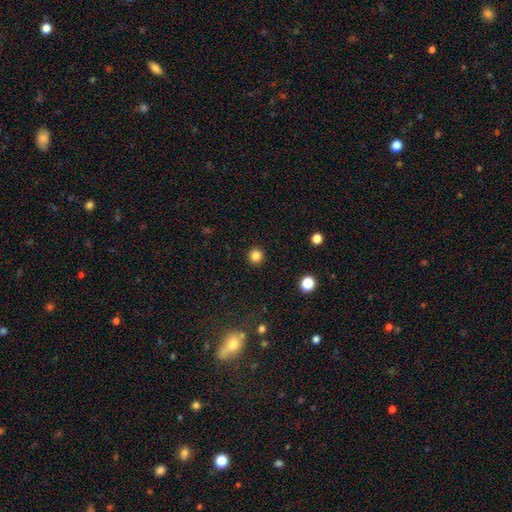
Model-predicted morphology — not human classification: type=smooth (84%); roundness=round (94%); merging=none (93%).